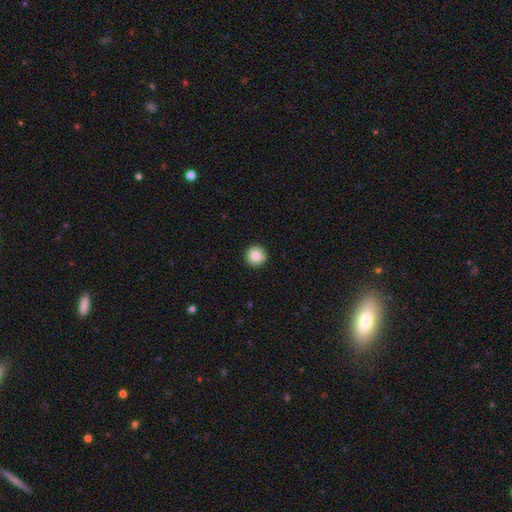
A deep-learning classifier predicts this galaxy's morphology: Smooth or featured: smooth — 86% (star or artifact — 9%)
How rounded: round — 96% (in between — 4%)
Merging: none — 92% (minor disturbance — 5%)